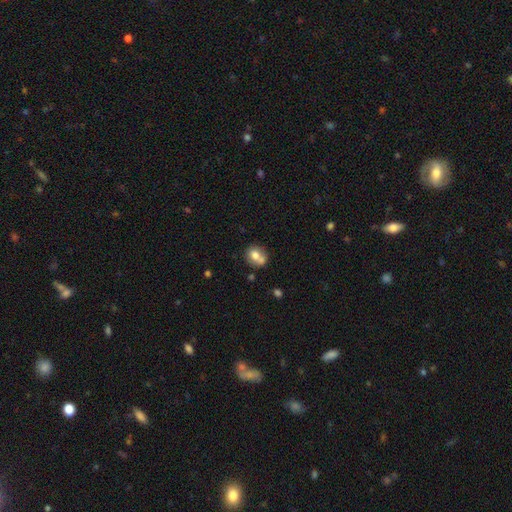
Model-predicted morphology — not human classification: Smooth or featured? smooth (72%)
How rounded? round (66%)
Merging? none (45%)